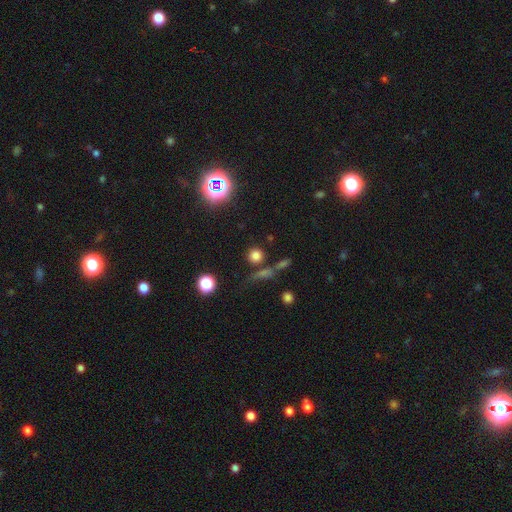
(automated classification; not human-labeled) Morphology: type=smooth (74%); roundness=round (89%); merging=none (76%).